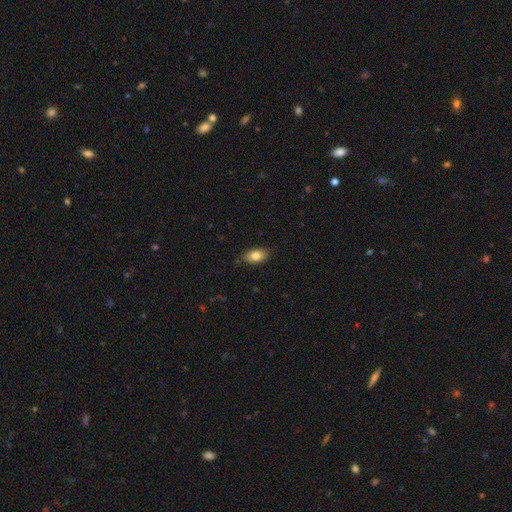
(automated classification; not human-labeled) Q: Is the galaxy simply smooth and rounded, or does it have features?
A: smooth — 82%.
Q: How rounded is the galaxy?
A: in between — 90%.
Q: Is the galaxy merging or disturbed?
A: none — 80%.